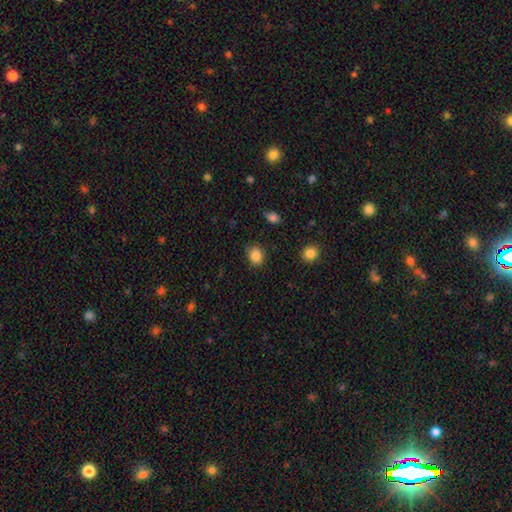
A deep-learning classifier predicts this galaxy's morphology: smooth 86%, star or artifact 10%, featured or disk 4%. Down the decision tree: how rounded — round (60%); merging — none (83%).